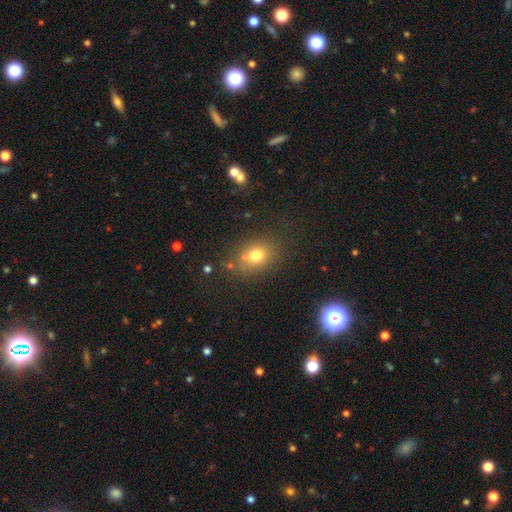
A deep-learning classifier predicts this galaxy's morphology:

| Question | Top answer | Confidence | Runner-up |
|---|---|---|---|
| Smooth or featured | smooth | 74% | star or artifact (15%) |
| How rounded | in between | 59% | round (40%) |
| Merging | none | 73% | minor disturbance (14%) |